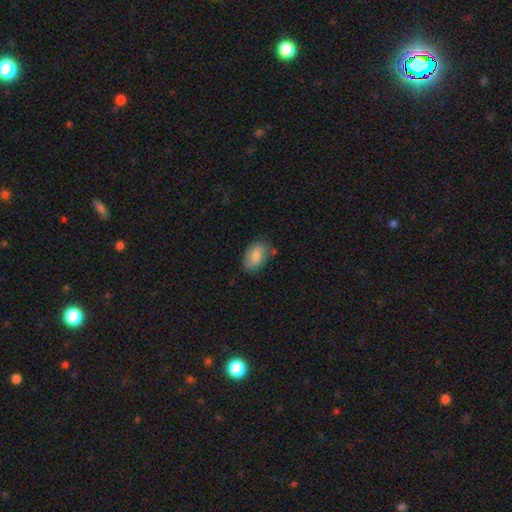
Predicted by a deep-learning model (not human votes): Smooth or featured?
  - smooth: 84% *
  - featured or disk: 10%
  - star or artifact: 7%
How rounded?
  - in between: 90% *
  - round: 9%
  - cigar-shaped: 1%
Merging?
  - none: 73% *
  - minor disturbance: 19%
  - merger: 4%
  - major disturbance: 4%